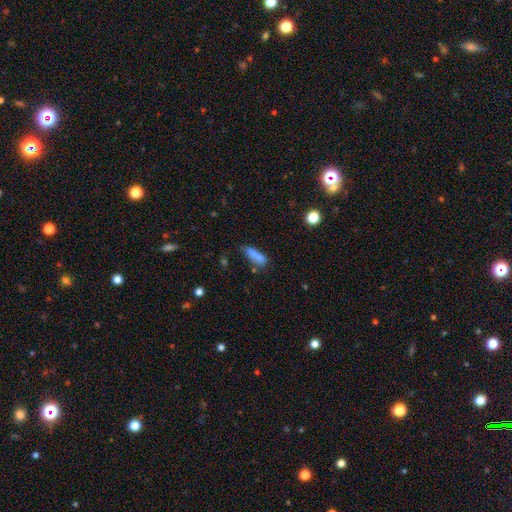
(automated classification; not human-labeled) smooth-or-featured: smooth: 78% | featured or disk: 12% | star or artifact: 10%
  how-rounded: cigar-shaped: 56% | in between: 41% | round: 3%
  merging: none: 56% | minor disturbance: 28% | major disturbance: 10% | merger: 7%